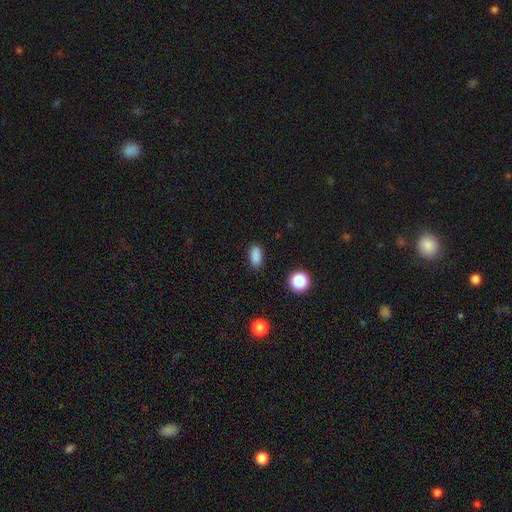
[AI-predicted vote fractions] smooth_or_featured: smooth (p=0.85) [alt: star or artifact p=0.11]
how_rounded: in between (p=0.83) [alt: cigar-shaped p=0.09]
merging: none (p=0.84) [alt: minor disturbance p=0.12]